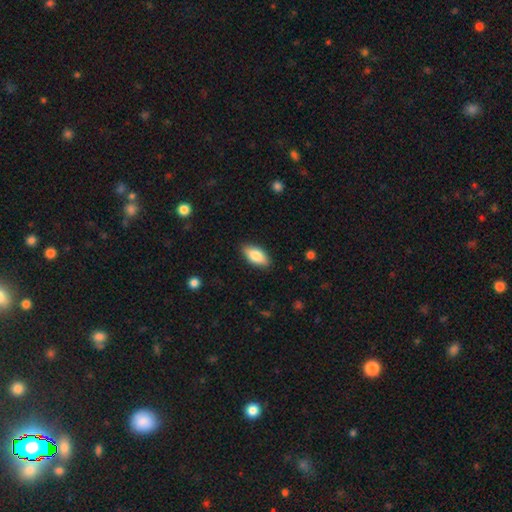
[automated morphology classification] A smooth galaxy with no disk features (79%) that is in between round and cigar-shaped (87%).

Vote fractions:
- Smooth or featured? smooth: 79% / featured or disk: 15% / star or artifact: 6%
- How rounded? in between: 87% / cigar-shaped: 10% / round: 3%
- Merging? none: 88% / minor disturbance: 9% / major disturbance: 2% / merger: 1%